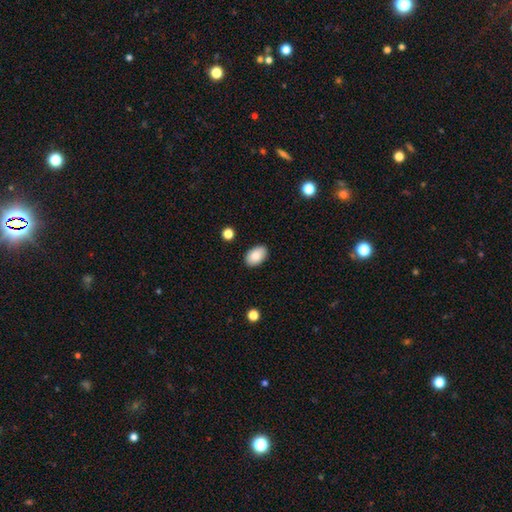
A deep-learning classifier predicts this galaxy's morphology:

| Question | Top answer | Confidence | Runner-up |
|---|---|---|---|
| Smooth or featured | smooth | 87% | star or artifact (7%) |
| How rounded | in between | 91% | round (8%) |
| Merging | none | 87% | minor disturbance (10%) |